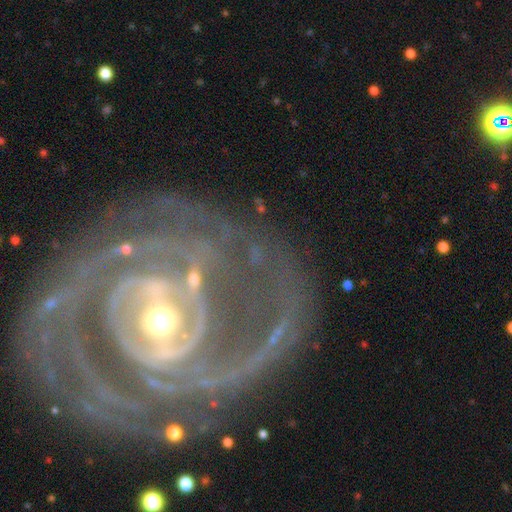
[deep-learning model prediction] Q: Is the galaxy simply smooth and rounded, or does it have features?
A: featured or disk — 90%.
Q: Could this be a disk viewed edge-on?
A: no — 97%.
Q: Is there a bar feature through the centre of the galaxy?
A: strong — 33%, tied with no and weak.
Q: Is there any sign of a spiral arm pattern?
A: yes — 94%.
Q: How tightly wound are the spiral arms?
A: tight — 67%.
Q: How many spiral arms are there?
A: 2 — 36%.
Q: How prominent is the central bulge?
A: moderate — 59%.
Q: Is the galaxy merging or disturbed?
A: none — 72%.